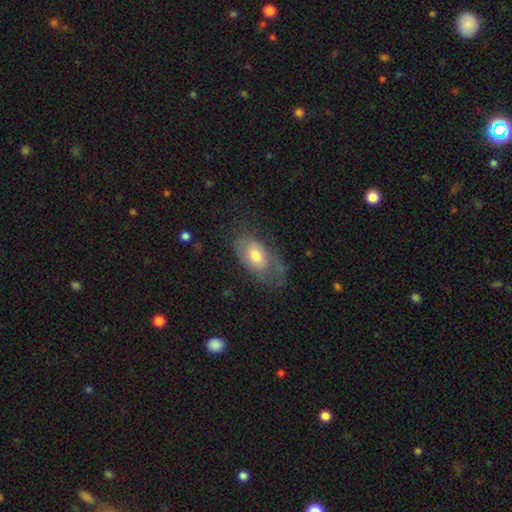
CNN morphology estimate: Overall: smooth (55%; featured or disk 38%). How rounded: in between (90%). Merging: none (46%; minor disturbance 28%).